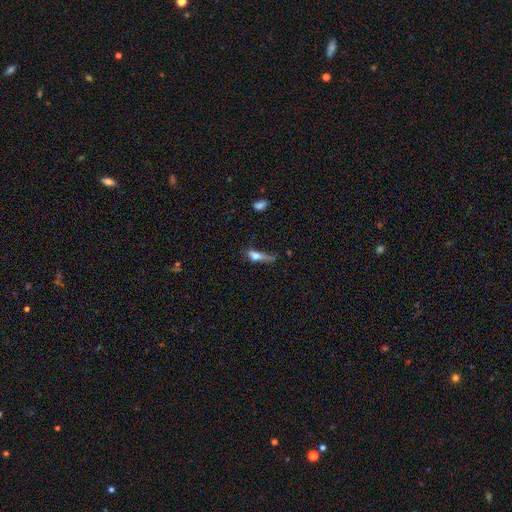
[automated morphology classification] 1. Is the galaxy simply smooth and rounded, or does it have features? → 63% smooth, 26% featured or disk, 11% star or artifact.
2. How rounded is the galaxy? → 47% cigar-shaped, 46% in between, 7% round.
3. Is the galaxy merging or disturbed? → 42% major disturbance, 26% minor disturbance, 23% none, 9% merger.